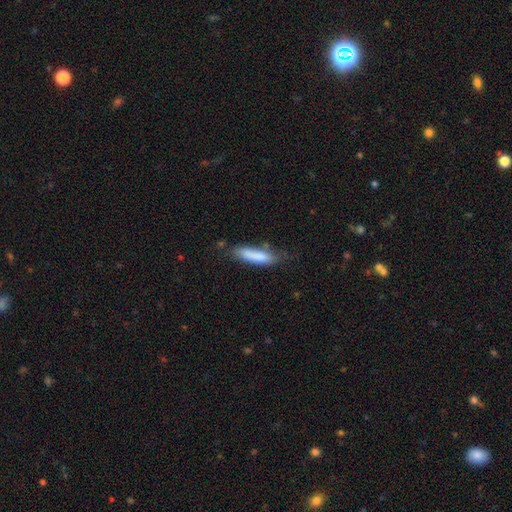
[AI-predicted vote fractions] Overall: smooth (82%). How rounded: cigar-shaped (72%). Merging: none (64%; minor disturbance 25%).